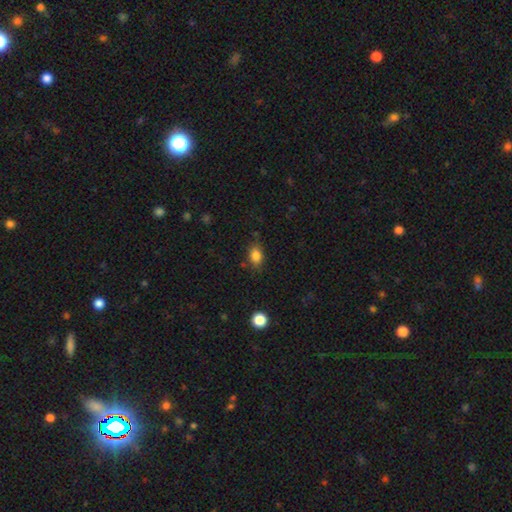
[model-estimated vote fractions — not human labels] The model was most divided on "how rounded": in between: 74%, round: 25%, cigar-shaped: 2%. More confident: smooth or featured — smooth (84%); merging — none (77%).